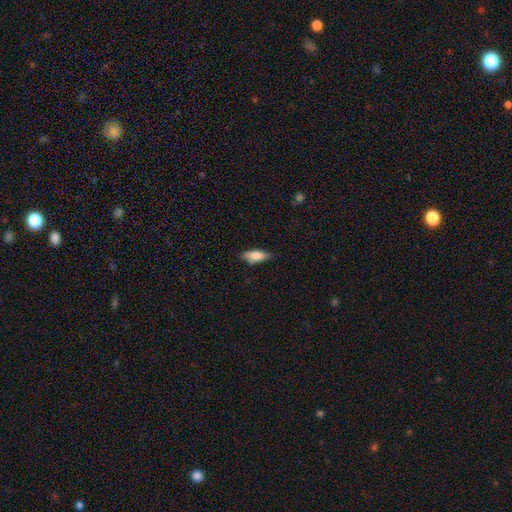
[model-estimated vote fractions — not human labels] A smooth galaxy with no disk features (77%) that is in between round and cigar-shaped (66%). Merging: none (73%).